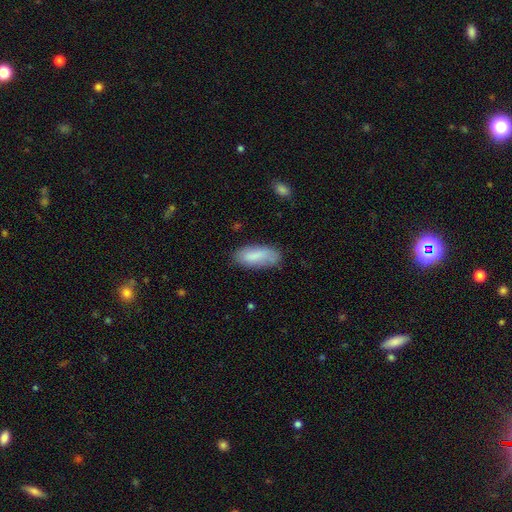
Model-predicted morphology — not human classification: Smooth or featured? smooth (82%)
How rounded? in between (81%)
Merging? none (71%)